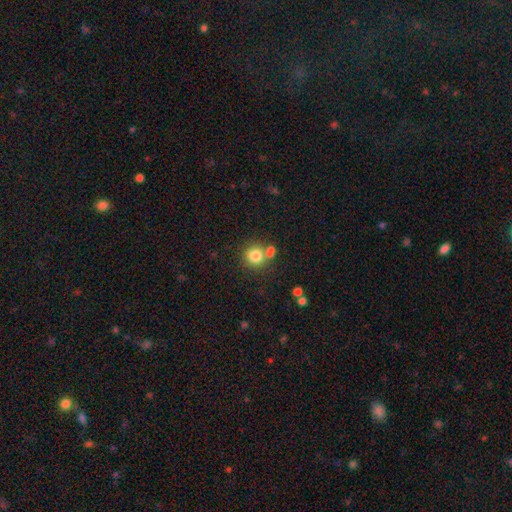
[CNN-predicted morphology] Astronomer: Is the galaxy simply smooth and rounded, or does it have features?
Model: smooth — 81%.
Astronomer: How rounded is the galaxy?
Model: round — 90%.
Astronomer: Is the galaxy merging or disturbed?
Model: none — 64%.